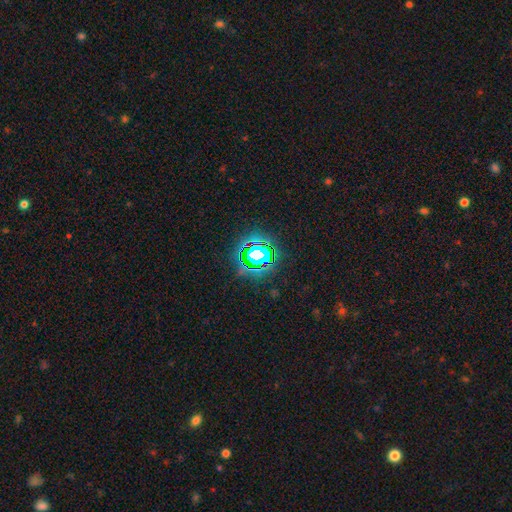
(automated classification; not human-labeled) A star or artifact, not a galaxy (67%).